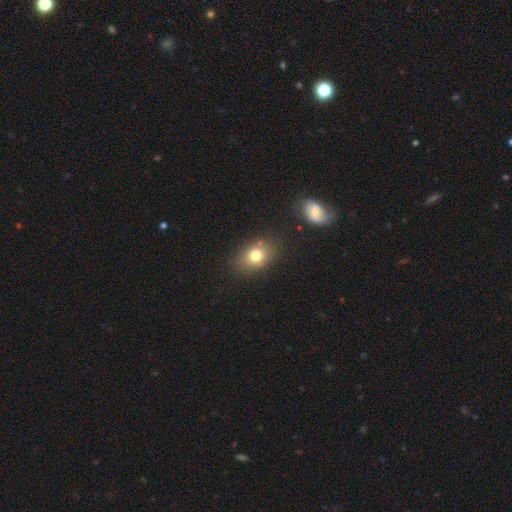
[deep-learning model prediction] This is likely a smooth galaxy (76%). How rounded: likely in between (67%). Merging: clearly none (80%).